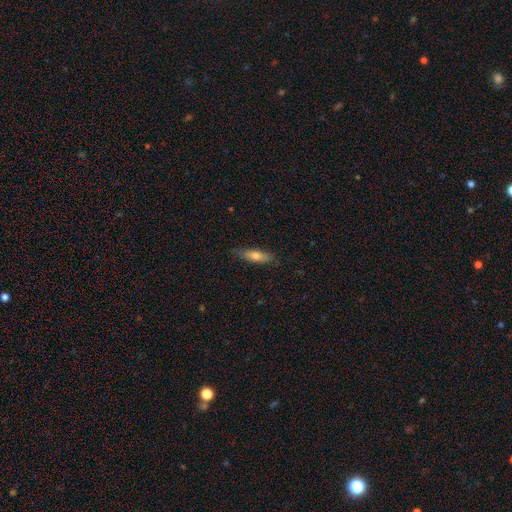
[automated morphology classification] Smooth or featured? smooth (67%)
How rounded? cigar-shaped (61%)
Merging? none (83%)